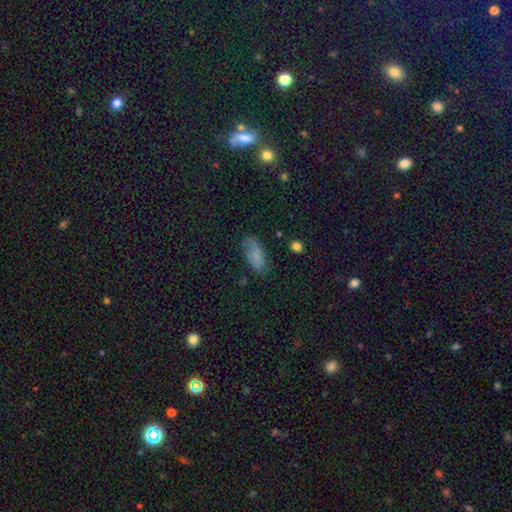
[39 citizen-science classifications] This appears to be a smooth galaxy with no disk features (77%) that is in between round and cigar-shaped (93%). Merging: none (59%).